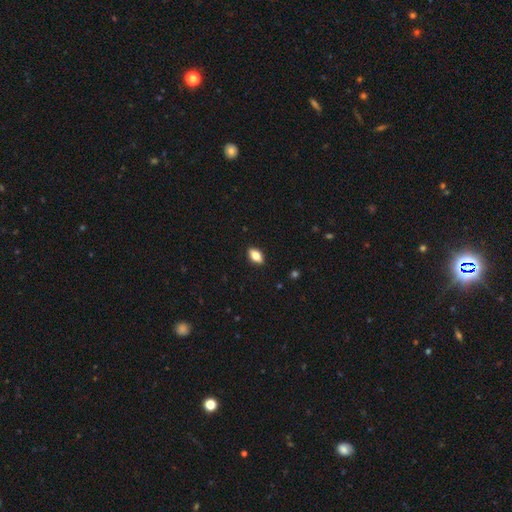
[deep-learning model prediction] The model was most divided on "smooth or featured": smooth: 78%, featured or disk: 14%, star or artifact: 8%. More confident: merging — none (89%); how rounded — in between (89%).